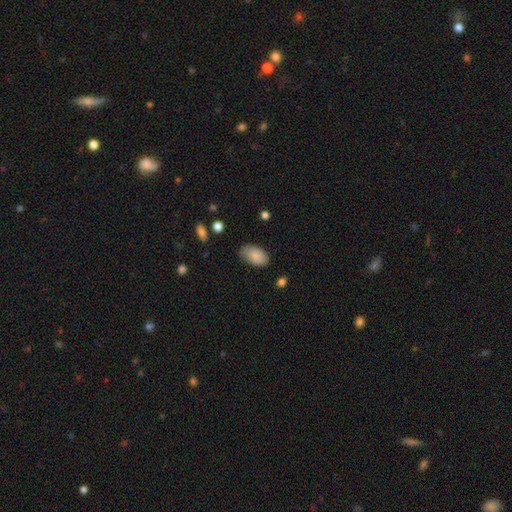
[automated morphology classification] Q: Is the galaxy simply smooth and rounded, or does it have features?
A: smooth — 85%.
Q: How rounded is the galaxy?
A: in between — 94%.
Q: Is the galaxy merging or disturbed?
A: none — 70%.